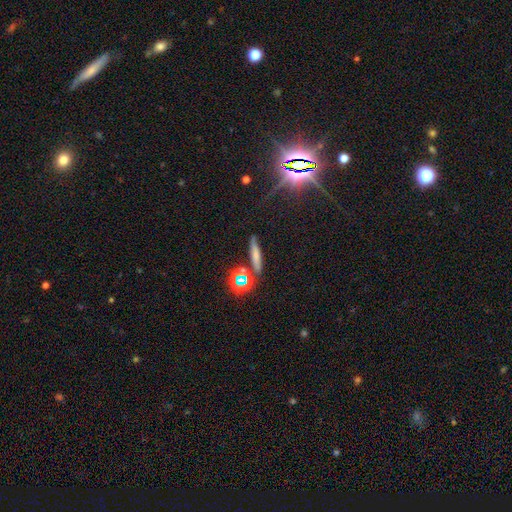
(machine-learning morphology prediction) This appears to be a smooth galaxy with no disk features (61%) that is cigar-shaped (80%). Merging: none (79%).